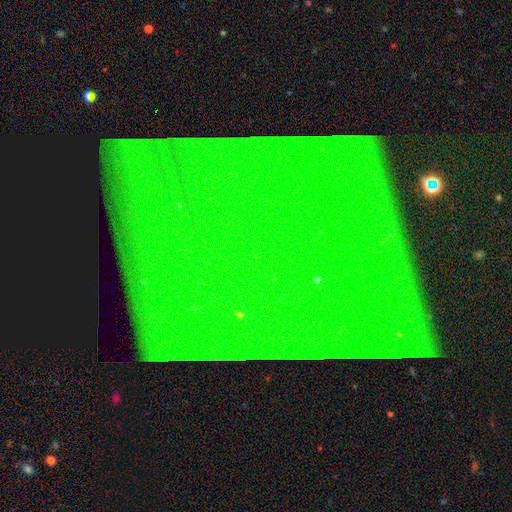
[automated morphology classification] Q: Smooth or featured?
A: star or artifact (84%); runner-up: featured or disk (9%)